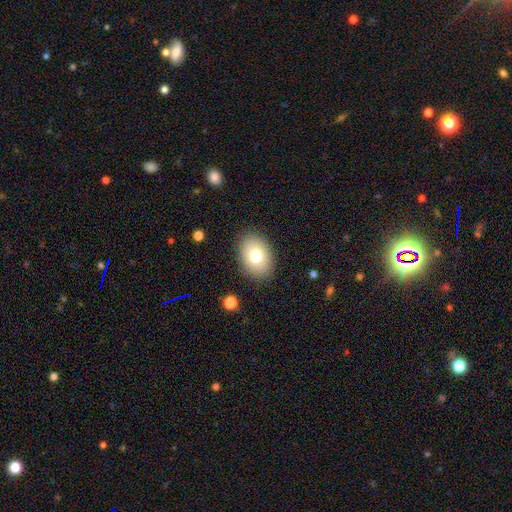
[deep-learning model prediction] Smooth or featured?
  - smooth: 76% *
  - featured or disk: 15%
  - star or artifact: 9%
How rounded?
  - in between: 79% *
  - round: 20%
  - cigar-shaped: 1%
Merging?
  - none: 87% *
  - minor disturbance: 9%
  - major disturbance: 3%
  - merger: 1%